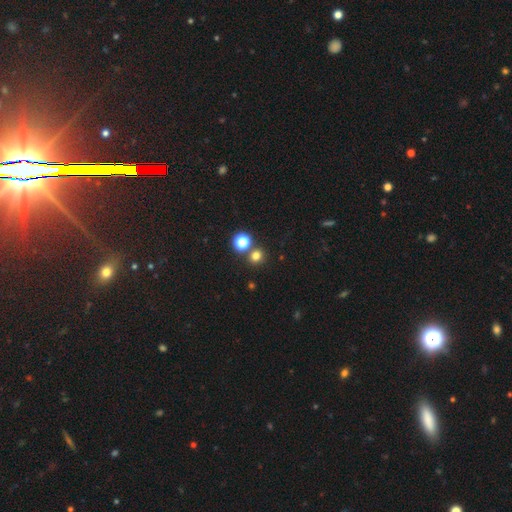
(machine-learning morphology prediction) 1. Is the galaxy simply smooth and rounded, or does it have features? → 73% smooth, 21% star or artifact, 6% featured or disk.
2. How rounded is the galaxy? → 82% round, 17% in between, 1% cigar-shaped.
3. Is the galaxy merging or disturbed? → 75% none, 15% merger, 7% minor disturbance, 3% major disturbance.